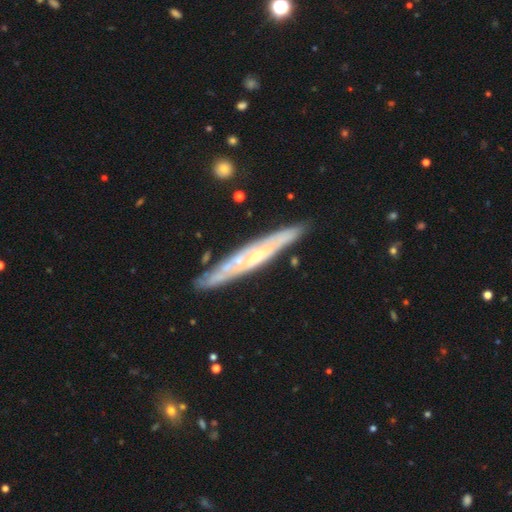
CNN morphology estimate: smooth-or-featured: featured or disk: 77% | smooth: 17% | star or artifact: 6%
  disk-edge-on: yes: 71% | no: 29%
    edge-on-bulge: rounded: 58% | none: 38% | boxy: 4%
  merging: none: 83% | minor disturbance: 12% | major disturbance: 2% | merger: 2%